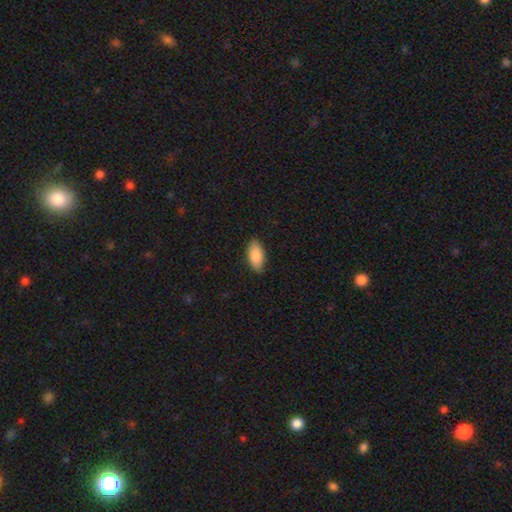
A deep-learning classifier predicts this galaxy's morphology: This appears to be a smooth galaxy with no disk features (86%) that is in between round and cigar-shaped (91%). Merging: none (86%).